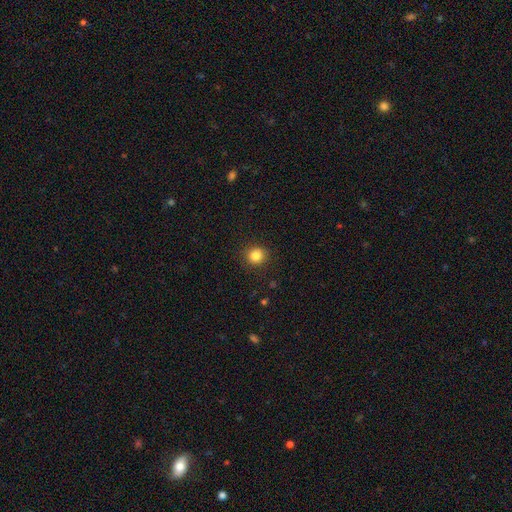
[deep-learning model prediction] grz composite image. It shows a smooth galaxy with no disk features (84%) that is round (89%). Merging: none (90%).